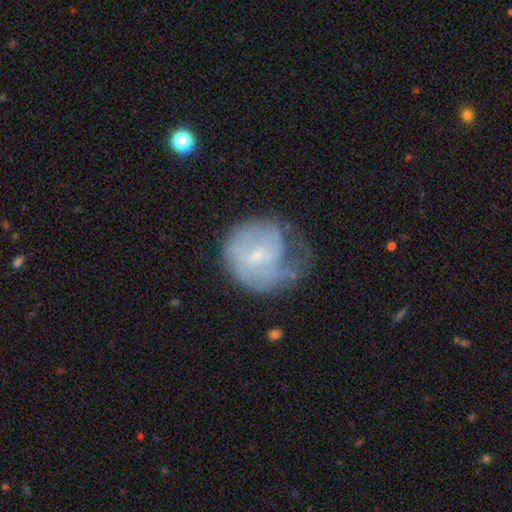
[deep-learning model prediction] smooth-or-featured: featured or disk: 61% | smooth: 31% | star or artifact: 8%
  disk-edge-on: no: 98% | yes: 2%
    bar: no: 50% | weak: 43% | strong: 7%
    has-spiral-arms: yes: 73% | no: 27%
    bulge-size: small: 70% | moderate: 19% | none: 9% | large: 1% | dominant: 1%
  merging: none: 39% | major disturbance: 31% | minor disturbance: 28% | merger: 2%